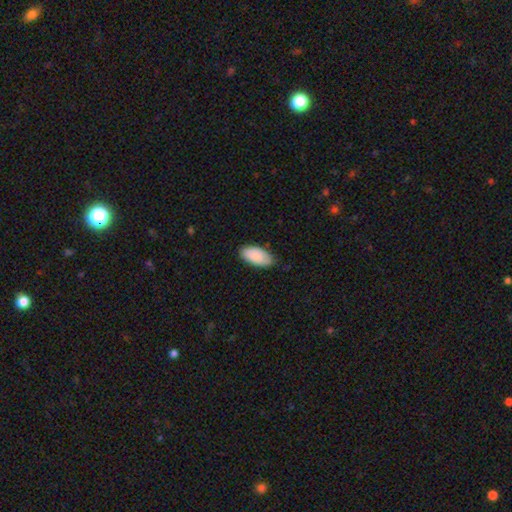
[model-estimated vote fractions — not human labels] Q: Smooth or featured?
A: smooth (89%); runner-up: star or artifact (6%)
Q: How rounded?
A: in between (94%); runner-up: cigar-shaped (4%)
Q: Merging?
A: none (77%); runner-up: minor disturbance (19%)